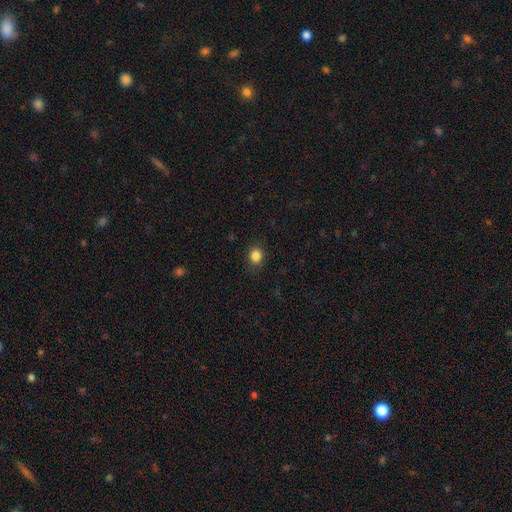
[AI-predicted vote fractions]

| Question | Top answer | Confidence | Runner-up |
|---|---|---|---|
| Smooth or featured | smooth | 85% | star or artifact (11%) |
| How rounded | round | 73% | in between (26%) |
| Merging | none | 86% | minor disturbance (10%) |